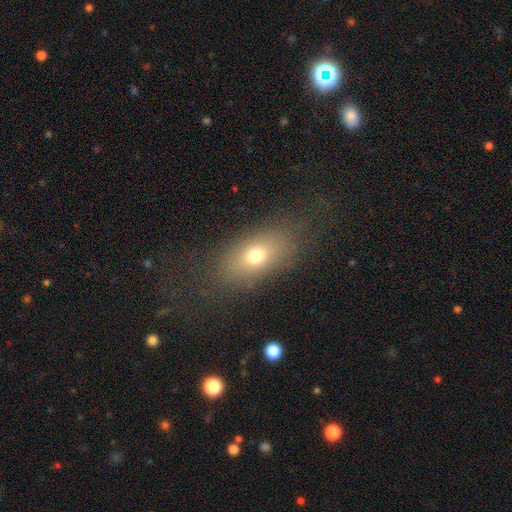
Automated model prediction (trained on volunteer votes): Smooth or featured? smooth (70%)
How rounded? in between (80%)
Merging? none (74%)